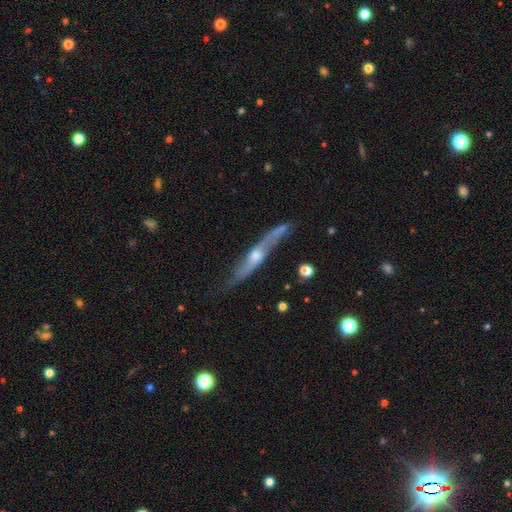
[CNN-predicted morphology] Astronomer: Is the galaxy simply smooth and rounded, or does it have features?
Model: featured or disk — 78%.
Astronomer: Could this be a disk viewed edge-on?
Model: yes — 73%.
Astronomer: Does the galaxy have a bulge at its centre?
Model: rounded — 81%.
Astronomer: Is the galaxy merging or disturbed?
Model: none — 67%.